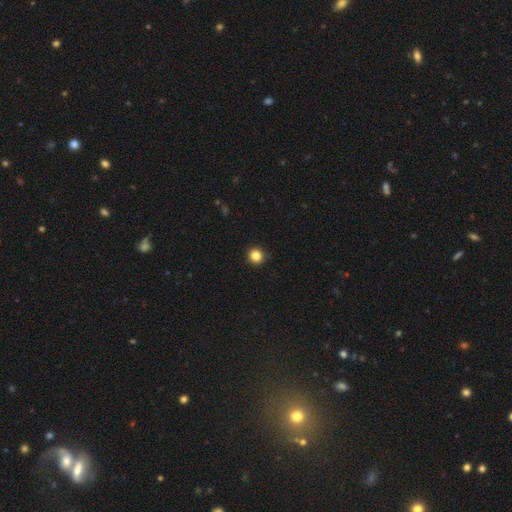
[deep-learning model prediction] Smooth or featured?
  - smooth: 84% *
  - star or artifact: 12%
  - featured or disk: 4%
How rounded?
  - round: 94% *
  - in between: 5%
  - cigar-shaped: 1%
Merging?
  - none: 91% *
  - minor disturbance: 6%
  - major disturbance: 2%
  - merger: 1%